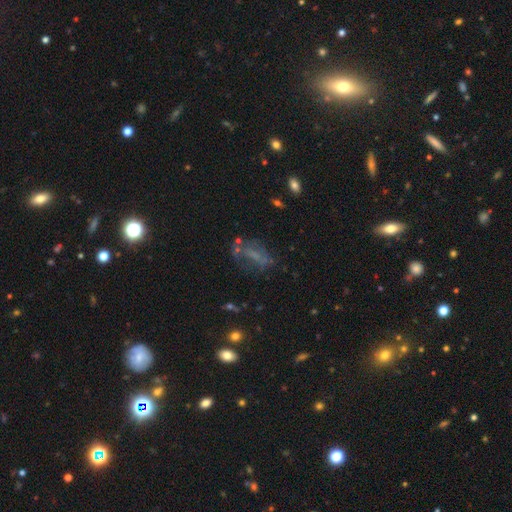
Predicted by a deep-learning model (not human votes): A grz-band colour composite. It shows a featured or disk galaxy (47%). Merging: none (46%).